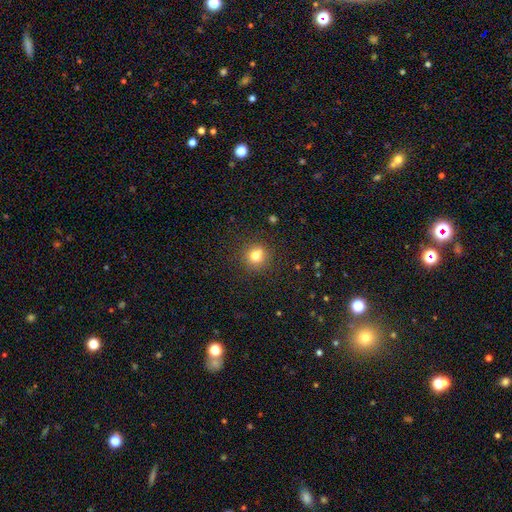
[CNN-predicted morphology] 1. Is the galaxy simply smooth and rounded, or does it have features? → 78% smooth, 14% star or artifact, 8% featured or disk.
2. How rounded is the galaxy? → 89% round, 10% in between, 1% cigar-shaped.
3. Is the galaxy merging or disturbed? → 83% none, 10% minor disturbance, 4% merger, 3% major disturbance.